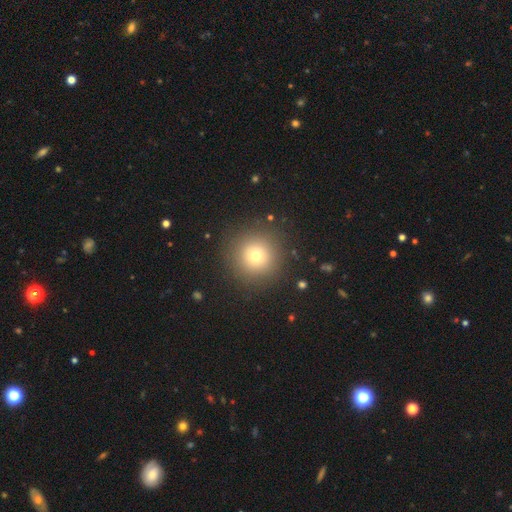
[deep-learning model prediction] Smooth or featured? smooth (74%)
How rounded? round (95%)
Merging? none (89%)